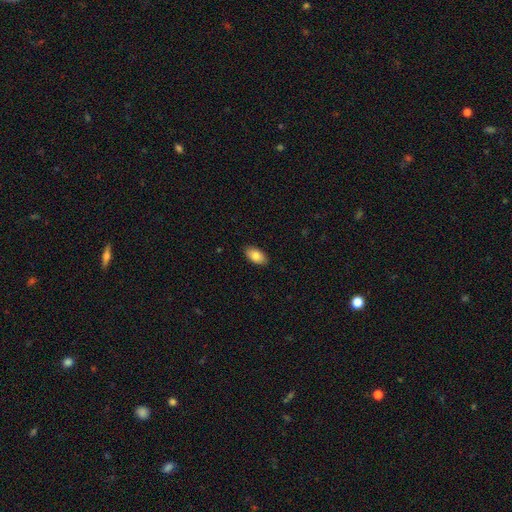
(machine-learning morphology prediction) This appears to be a smooth galaxy with no disk features (84%) that is in between round and cigar-shaped (95%). Merging: none (88%).